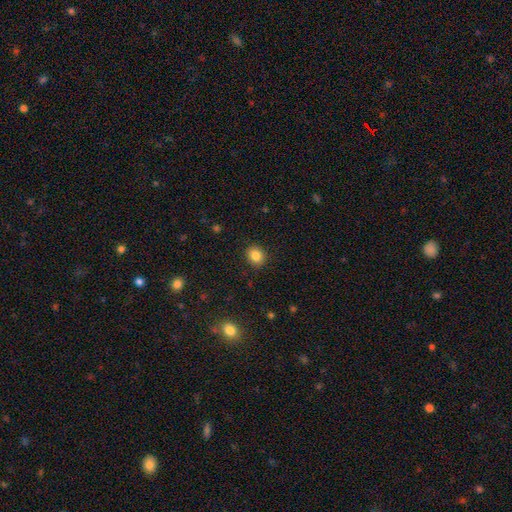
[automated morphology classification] This appears to be a smooth galaxy with no disk features (84%) that is round (68%). Merging: none (90%).